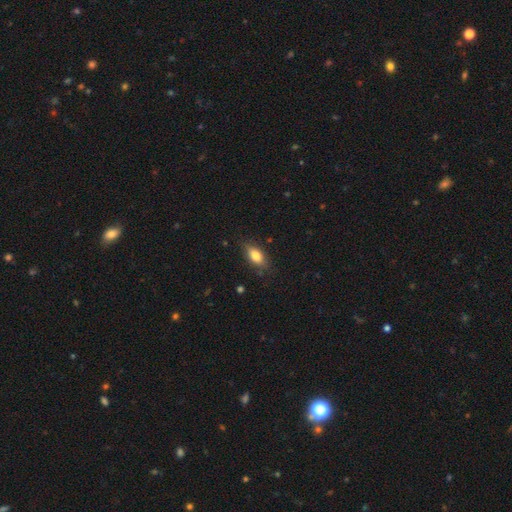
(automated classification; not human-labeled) Smooth or featured: smooth — 77% (featured or disk — 15%)
How rounded: in between — 83% (cigar-shaped — 11%)
Merging: none — 81% (minor disturbance — 14%)